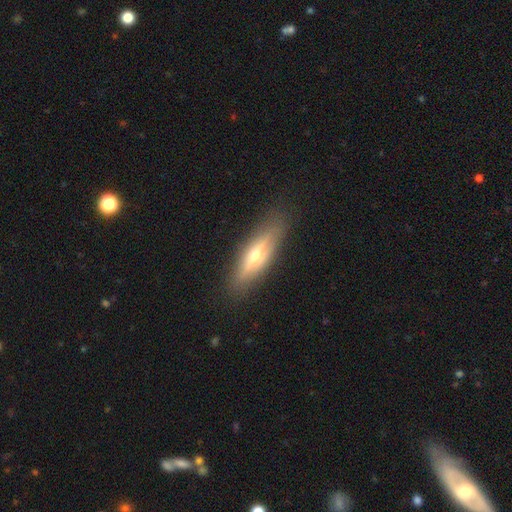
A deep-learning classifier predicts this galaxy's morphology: smooth-or-featured: featured or disk: 59% | smooth: 34% | star or artifact: 7%
  disk-edge-on: yes: 88% | no: 12%
    edge-on-bulge: rounded: 87% | none: 8% | boxy: 5%
  merging: none: 86% | minor disturbance: 10% | major disturbance: 3% | merger: 1%